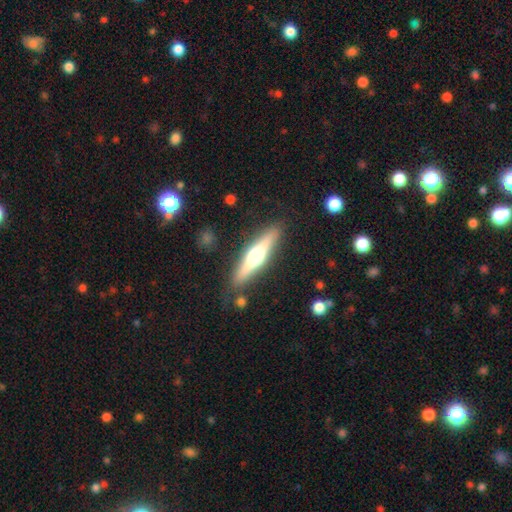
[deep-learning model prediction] smooth_or_featured: featured or disk (p=0.63) [alt: smooth p=0.31]
disk_edge_on: yes (p=0.95) [alt: no p=0.05]
edge_on_bulge: rounded (p=0.93) [alt: boxy p=0.04]
merging: none (p=0.86) [alt: minor disturbance p=0.09]